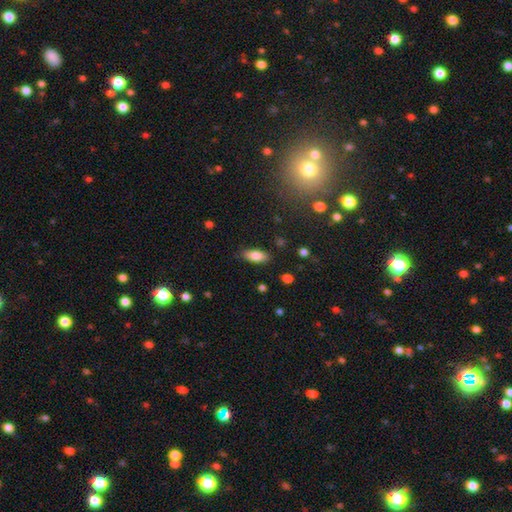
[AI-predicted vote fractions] This is clearly a smooth galaxy (82%). How rounded: clearly in between (82%). Merging: clearly none (84%).